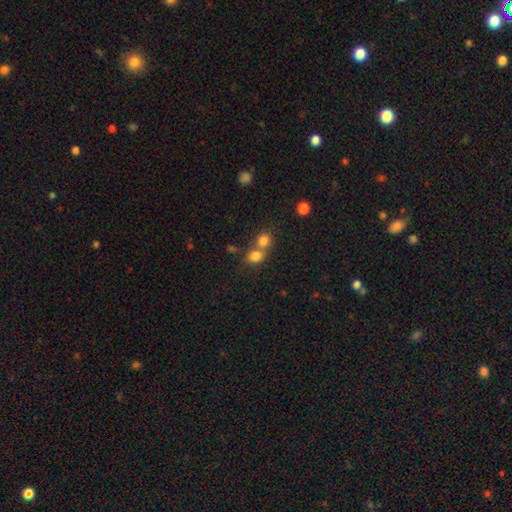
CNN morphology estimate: This appears to be a smooth galaxy with no disk features (80%) that is round (69%). Merging: merger (50%).